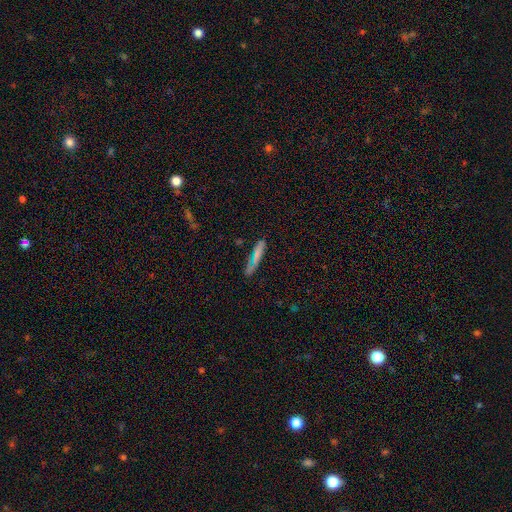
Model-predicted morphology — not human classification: Smooth or featured? Predicted: smooth (p=0.62). How rounded? Predicted: cigar-shaped (p=0.85). Merging? Predicted: none (p=0.77).